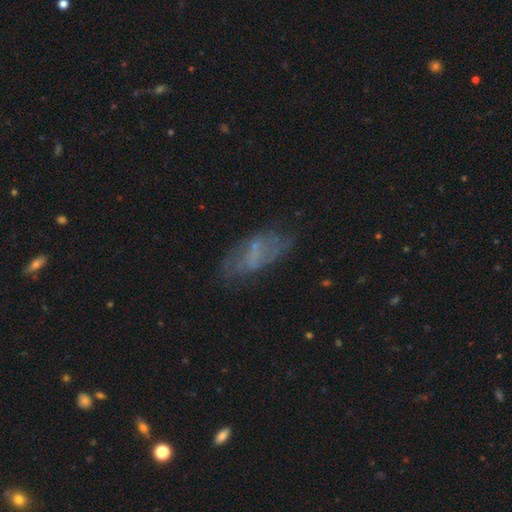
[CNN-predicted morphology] Smooth or featured?
  - featured or disk: 44% *
  - smooth: 43%
  - star or artifact: 13%
Merging?
  - none: 62% *
  - minor disturbance: 22%
  - major disturbance: 13%
  - merger: 3%